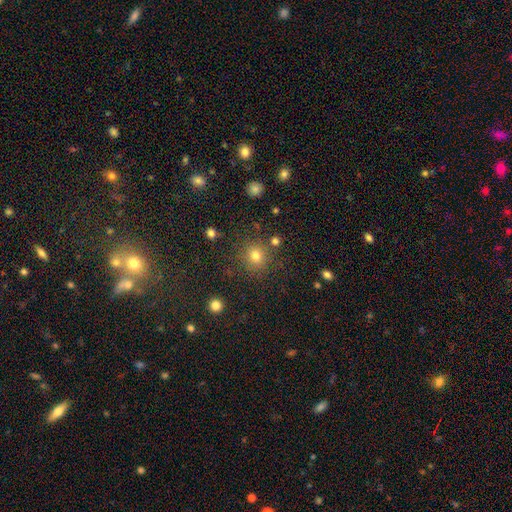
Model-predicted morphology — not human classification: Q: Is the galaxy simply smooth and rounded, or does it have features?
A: smooth — 77%.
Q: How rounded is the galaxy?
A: round — 88%.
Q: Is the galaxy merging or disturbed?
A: none — 83%.